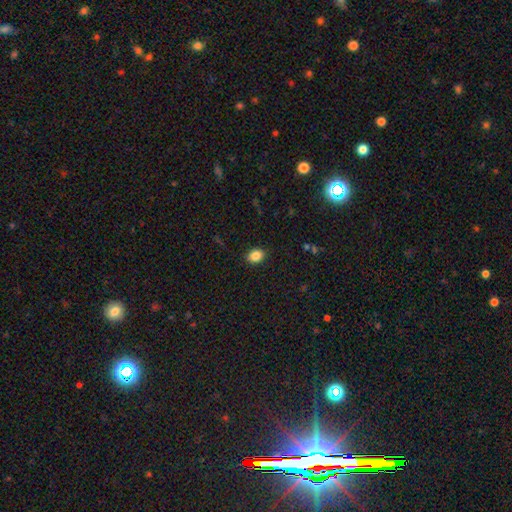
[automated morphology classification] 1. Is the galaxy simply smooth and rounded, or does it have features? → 86% smooth, 9% star or artifact, 5% featured or disk.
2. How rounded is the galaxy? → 65% in between, 34% round, 1% cigar-shaped.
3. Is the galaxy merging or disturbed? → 89% none, 8% minor disturbance, 2% major disturbance, 1% merger.